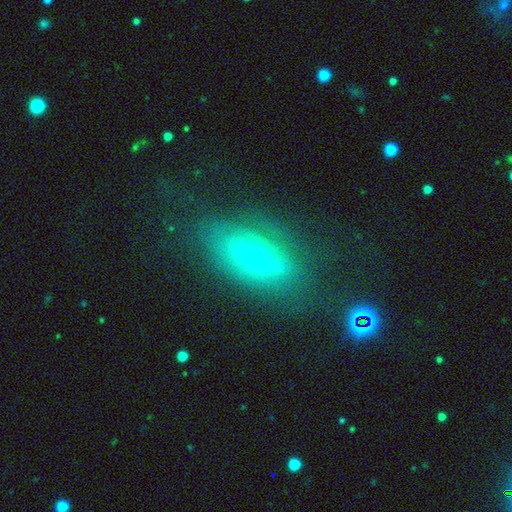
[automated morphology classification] A smooth galaxy with no disk features (43%). Merging: none (68%).